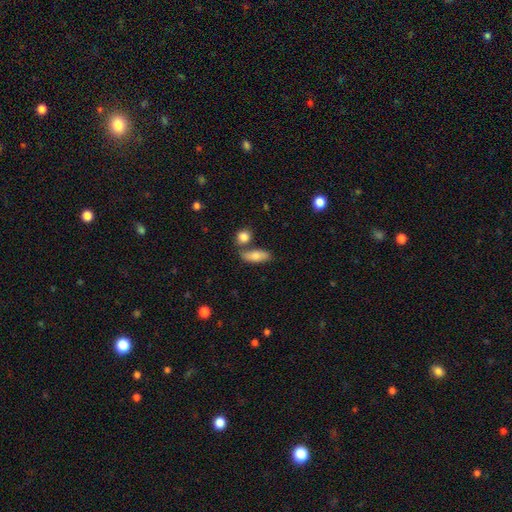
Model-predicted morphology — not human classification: type=smooth (77%); roundness=in between (70%); merging=none (63%).